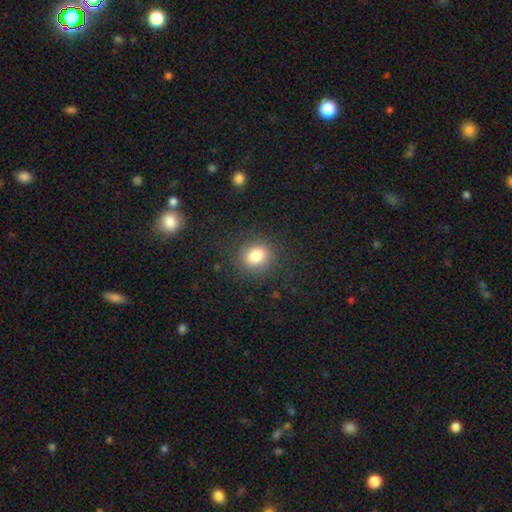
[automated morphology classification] Smooth or featured? smooth (82%)
How rounded? round (66%)
Merging? none (85%)